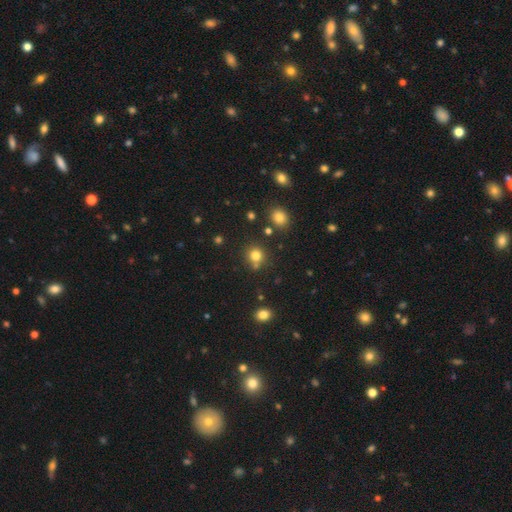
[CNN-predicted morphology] Smooth or featured?
  - smooth: 78% *
  - star or artifact: 15%
  - featured or disk: 6%
How rounded?
  - round: 89% *
  - in between: 10%
  - cigar-shaped: 1%
Merging?
  - none: 71% *
  - merger: 14%
  - minor disturbance: 11%
  - major disturbance: 4%